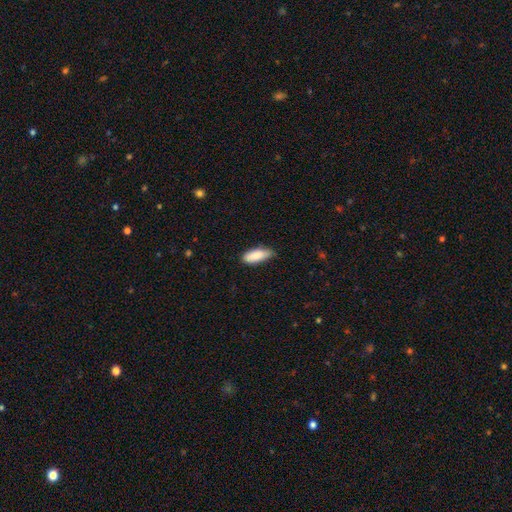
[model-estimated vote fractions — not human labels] A smooth galaxy with no disk features (86%) that is in between round and cigar-shaped (74%). Merging: none (68%).